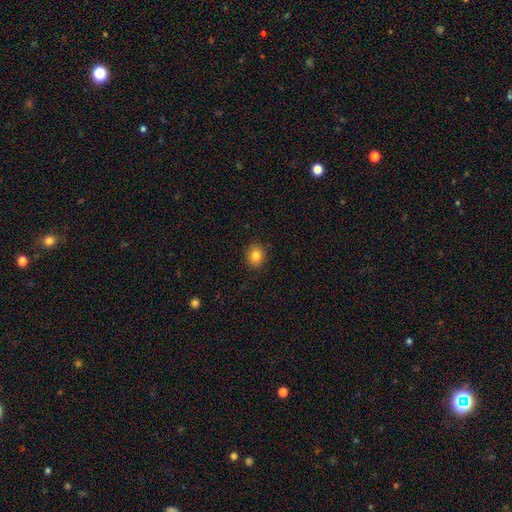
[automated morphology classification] A smooth galaxy with no disk features (83%) that is round (72%). Merging: none (91%).